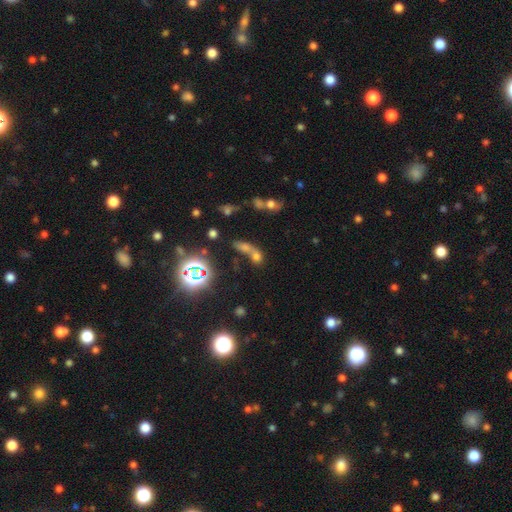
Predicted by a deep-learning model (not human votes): The model was most divided on "how rounded": in between: 51%, round: 39%, cigar-shaped: 10%. More confident: merging — merger (62%); smooth or featured — smooth (51%).